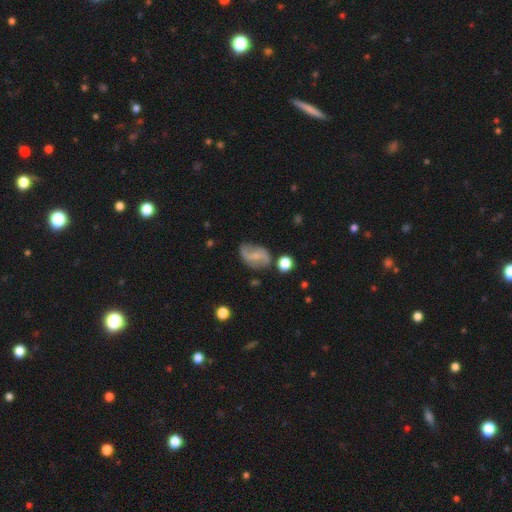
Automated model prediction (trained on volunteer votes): Overall: featured or disk (68%). Edge-on disk: no (97%). Bar: weak (44%; no 39%). Spiral arms: yes (88%). Spiral arm count: 2 (88%). Spiral winding: loose (62%; medium 29%). Bulge size: small (60%; none 20%). Merging: none (64%).